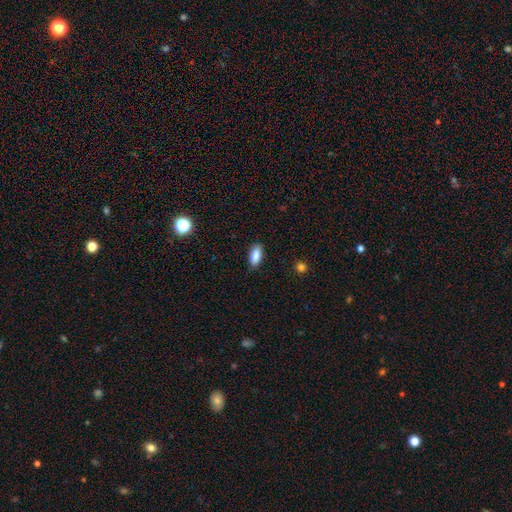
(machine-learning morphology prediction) Q: Smooth or featured?
A: smooth (87%); runner-up: star or artifact (7%)
Q: How rounded?
A: in between (86%); runner-up: cigar-shaped (11%)
Q: Merging?
A: none (86%); runner-up: minor disturbance (11%)